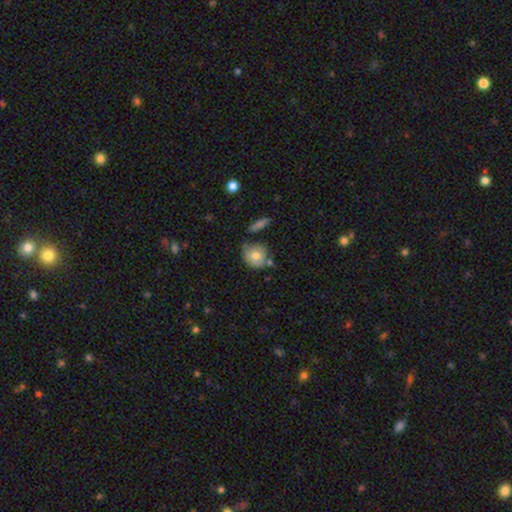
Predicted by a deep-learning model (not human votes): smooth-or-featured: smooth: 68% | featured or disk: 24% | star or artifact: 8%
  how-rounded: round: 77% | in between: 22% | cigar-shaped: 1%
  merging: none: 57% | minor disturbance: 24% | merger: 13% | major disturbance: 6%